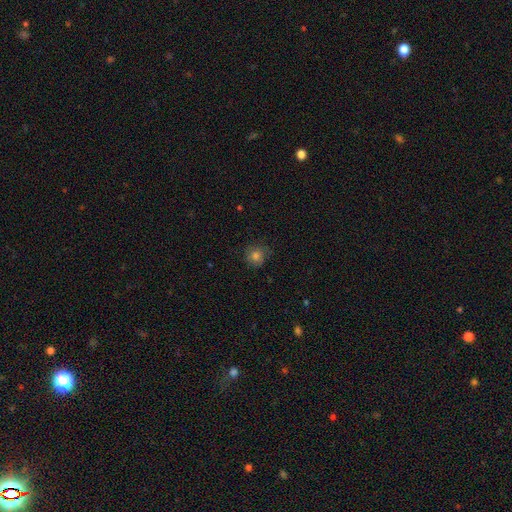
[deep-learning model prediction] Smooth or featured? smooth (78%)
How rounded? round (90%)
Merging? none (78%)